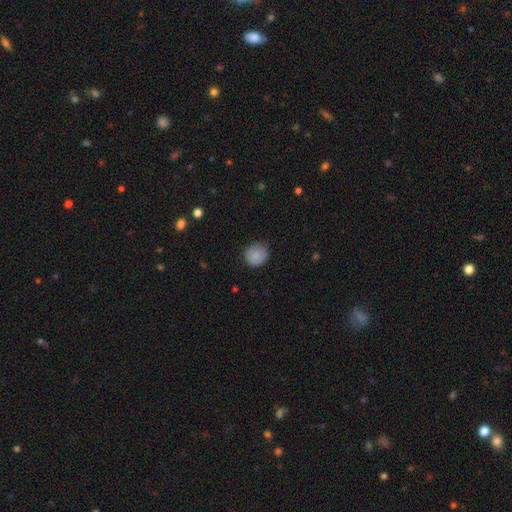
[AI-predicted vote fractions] smooth-or-featured: smooth: 85% | featured or disk: 7% | star or artifact: 7%
  how-rounded: round: 87% | in between: 12% | cigar-shaped: 1%
  merging: none: 79% | minor disturbance: 17% | major disturbance: 3% | merger: 1%